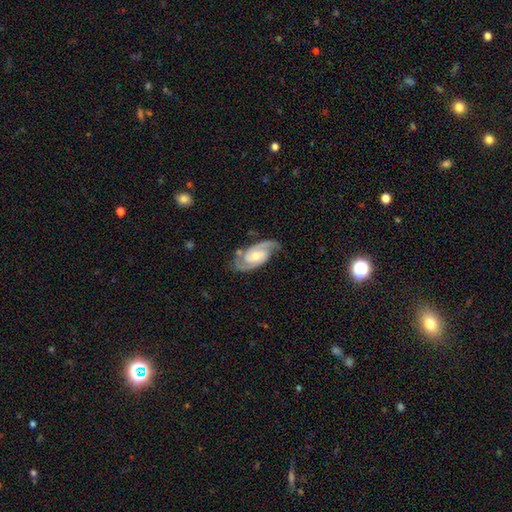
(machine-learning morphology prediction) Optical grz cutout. It shows a featured or disk galaxy (88%) with no bar (59%), 2 (91%) medium (47%) spiral arms (98%) and a moderate central bulge (54%). Merging: none (77%).